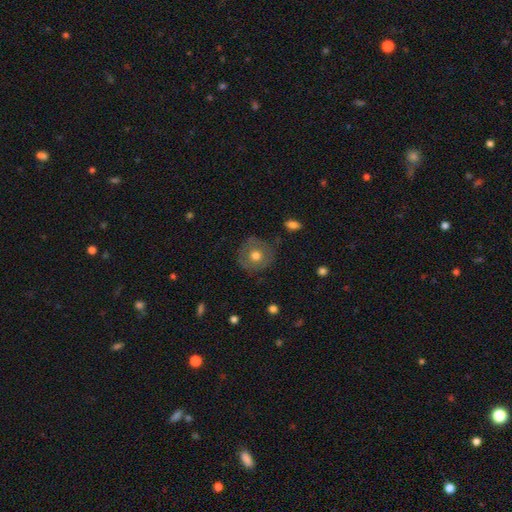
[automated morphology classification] The model was most divided on "smooth or featured": smooth: 62%, featured or disk: 29%, star or artifact: 8%. More confident: how rounded — round (91%); merging — none (82%).